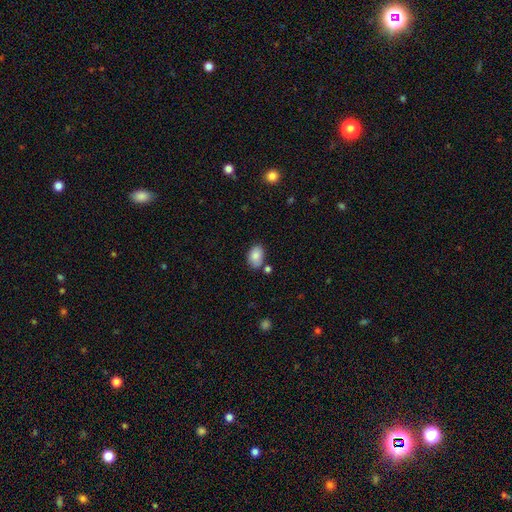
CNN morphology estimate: The model was most divided on "merging": none: 70%, minor disturbance: 17%, merger: 9%, major disturbance: 4%. More confident: how rounded — in between (86%); smooth or featured — smooth (84%).